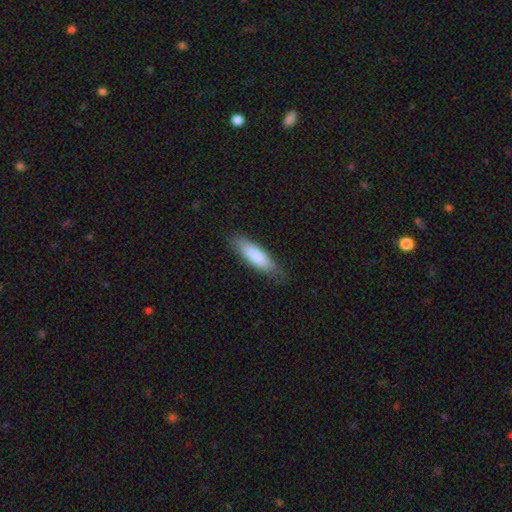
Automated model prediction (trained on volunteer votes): A smooth galaxy with no disk features (83%) that is cigar-shaped (53%).

Vote fractions:
- Smooth or featured? smooth: 83% / featured or disk: 11% / star or artifact: 5%
- How rounded? cigar-shaped: 53% / in between: 45% / round: 1%
- Merging? none: 80% / minor disturbance: 16% / major disturbance: 3% / merger: 1%